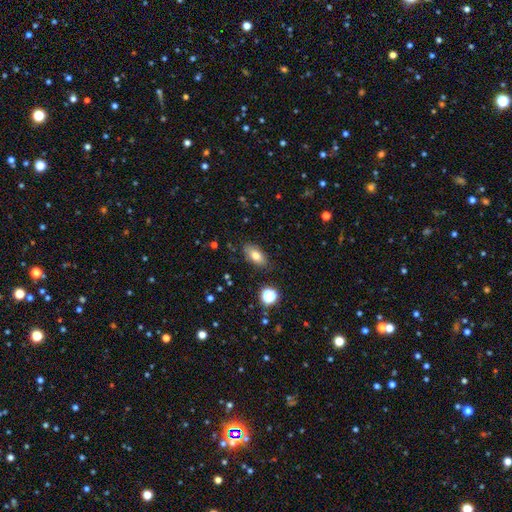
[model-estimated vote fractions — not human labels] Overall: smooth (75%). How rounded: in between (87%). Merging: none (84%).